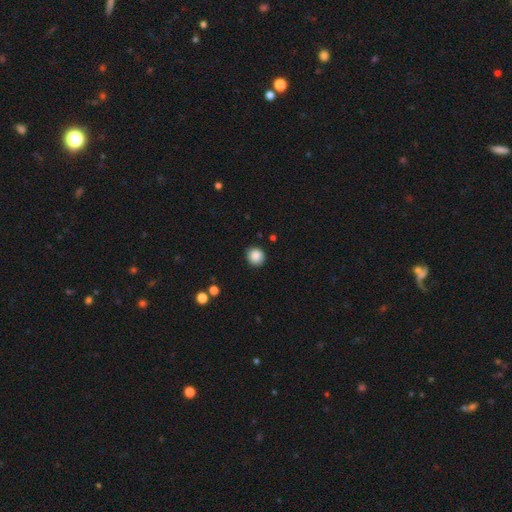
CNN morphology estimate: Smooth or featured? smooth (88%)
How rounded? round (90%)
Merging? none (90%)